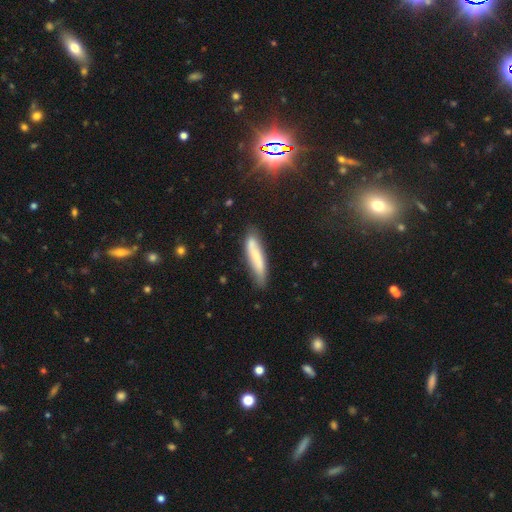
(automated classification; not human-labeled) This appears to be a smooth galaxy with no disk features (54%) that is cigar-shaped (81%). Merging: none (72%).